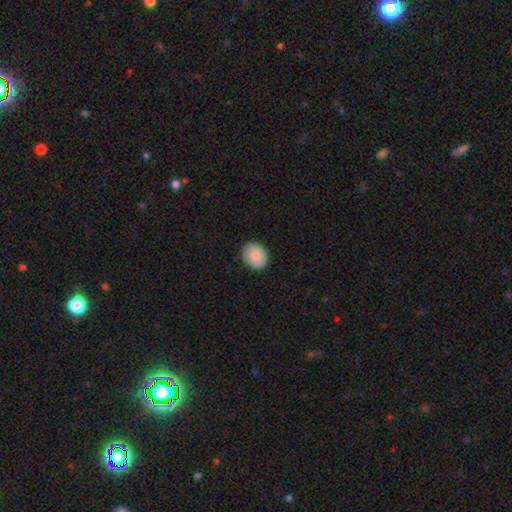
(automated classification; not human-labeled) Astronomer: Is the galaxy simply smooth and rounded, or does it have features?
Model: smooth — 88%.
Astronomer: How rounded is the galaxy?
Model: round — 55% (runner-up: in between, 44%).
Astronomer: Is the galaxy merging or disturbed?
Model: none — 87%.